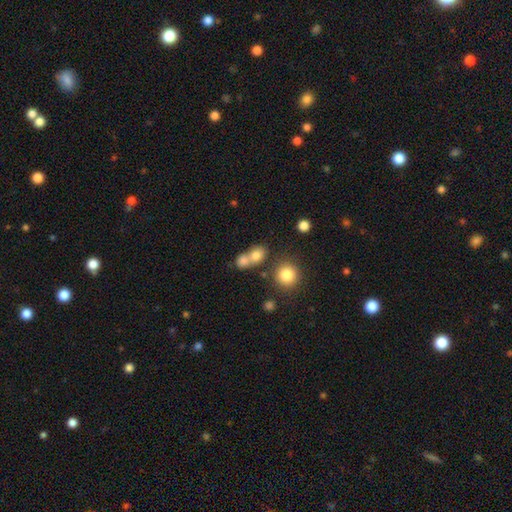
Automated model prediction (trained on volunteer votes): This appears to be a smooth galaxy with no disk features (77%) that is round (55%). Merging: merger (54%).